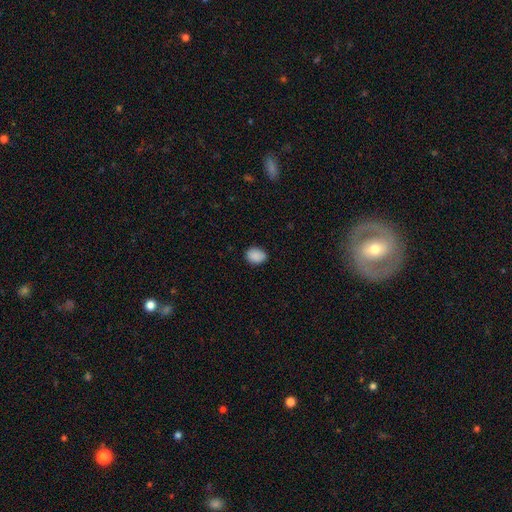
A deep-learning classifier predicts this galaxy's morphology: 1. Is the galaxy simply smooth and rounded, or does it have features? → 90% smooth, 8% star or artifact, 3% featured or disk.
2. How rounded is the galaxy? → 61% in between, 38% round, 1% cigar-shaped.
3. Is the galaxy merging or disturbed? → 85% none, 12% minor disturbance, 2% major disturbance, 1% merger.